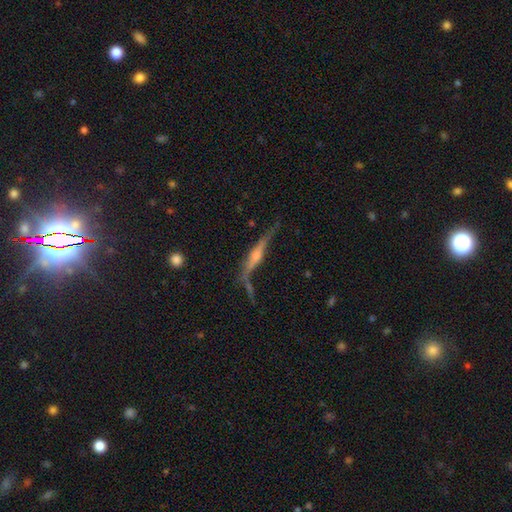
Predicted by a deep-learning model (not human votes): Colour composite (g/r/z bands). It shows a featured or disk galaxy (80%) viewed edge-on (96%) with a rounded central bulge (84%). Merging: none (70%).